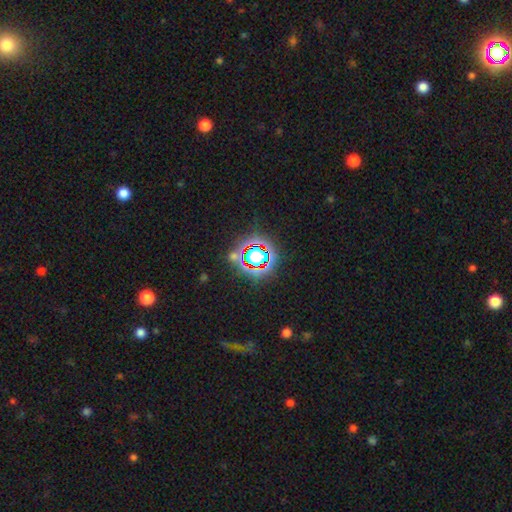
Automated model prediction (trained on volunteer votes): Smooth or featured?
  - star or artifact: 79% *
  - smooth: 12%
  - featured or disk: 9%